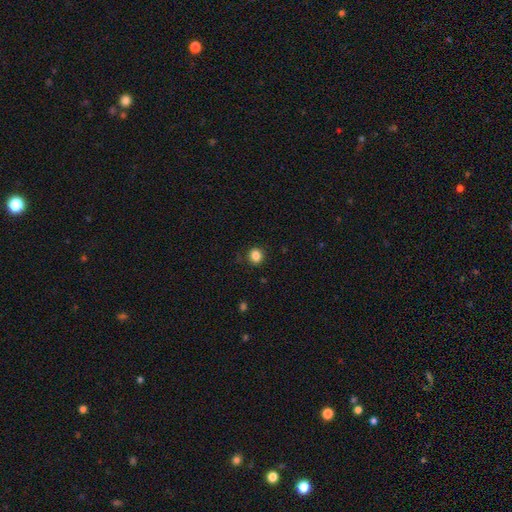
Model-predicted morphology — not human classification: smooth 85%, star or artifact 11%, featured or disk 4%. Down the decision tree: how rounded — round (80%); merging — none (88%).